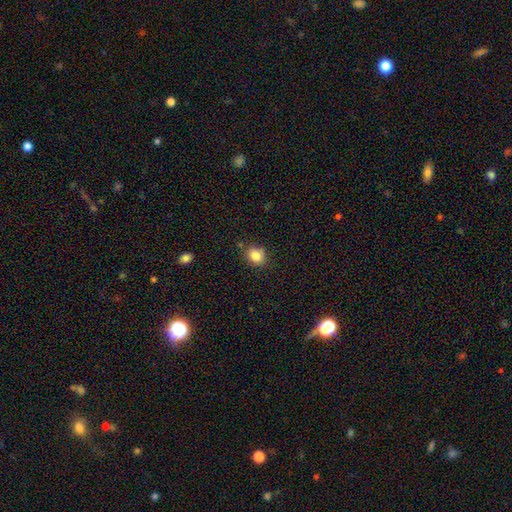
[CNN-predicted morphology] smooth_or_featured: smooth (p=0.83) [alt: star or artifact p=0.10]
how_rounded: round (p=0.56) [alt: in between p=0.43]
merging: none (p=0.76) [alt: minor disturbance p=0.16]